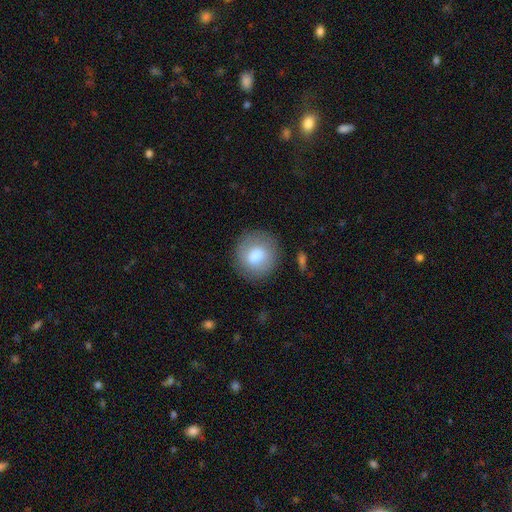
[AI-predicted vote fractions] Morphology: type=smooth (76%); roundness=round (87%); merging=none (85%).